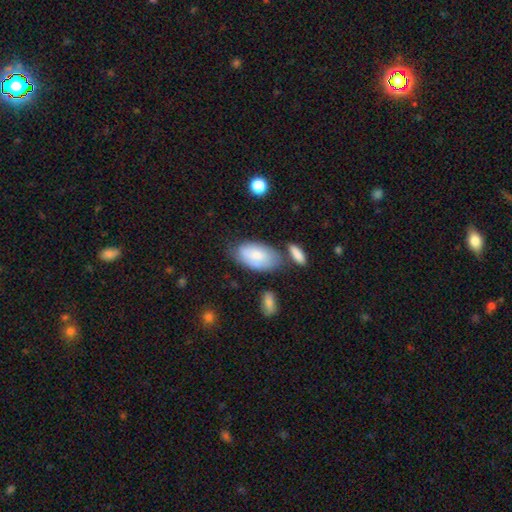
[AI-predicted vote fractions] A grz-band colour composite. It shows a smooth galaxy with no disk features (72%) that is in between round and cigar-shaped (94%). Merging: none (58%).